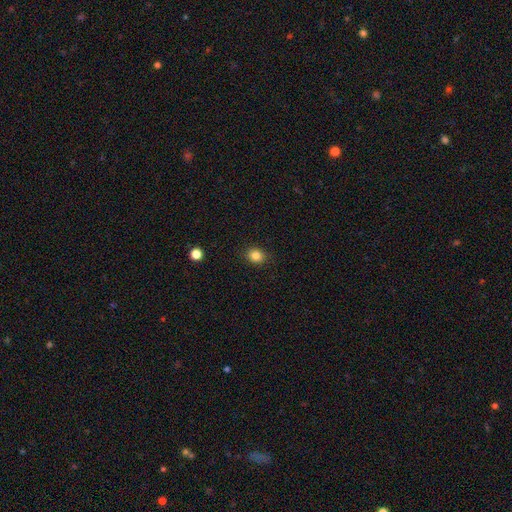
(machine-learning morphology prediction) smooth 84%, star or artifact 11%, featured or disk 5%. Down the decision tree: how rounded — round (61%); merging — none (89%).